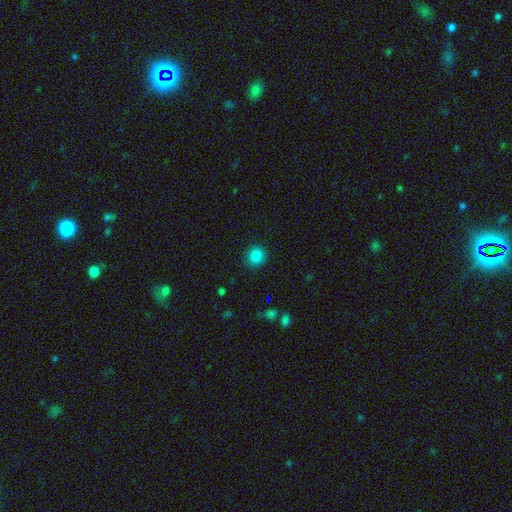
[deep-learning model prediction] This appears to be a smooth galaxy with no disk features (85%) that is round (90%). Merging: none (90%).